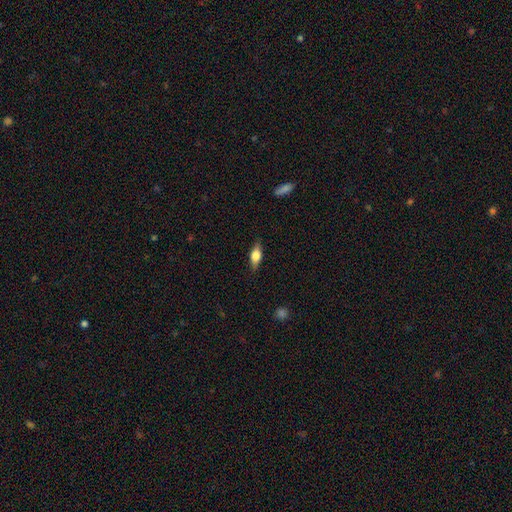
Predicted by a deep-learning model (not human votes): Overall: smooth (57%; featured or disk 36%). How rounded: in between (70%). Merging: none (83%).